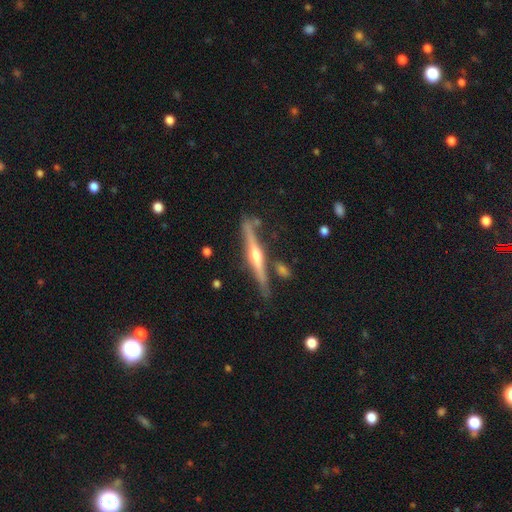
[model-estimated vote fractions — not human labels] The model was most divided on "smooth or featured": featured or disk: 78%, smooth: 17%, star or artifact: 5%. More confident: edge-on disk — yes (97%); edge-on bulge — rounded (89%); merging — none (79%).